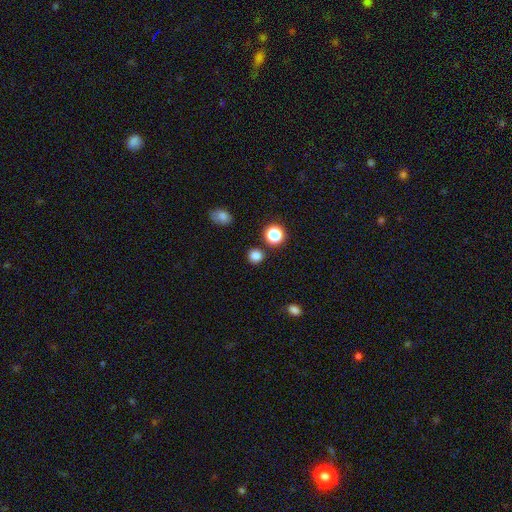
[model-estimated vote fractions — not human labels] smooth-or-featured: smooth: 81% | star or artifact: 15% | featured or disk: 4%
  how-rounded: round: 89% | in between: 10% | cigar-shaped: 1%
  merging: none: 87% | minor disturbance: 7% | merger: 3% | major disturbance: 2%